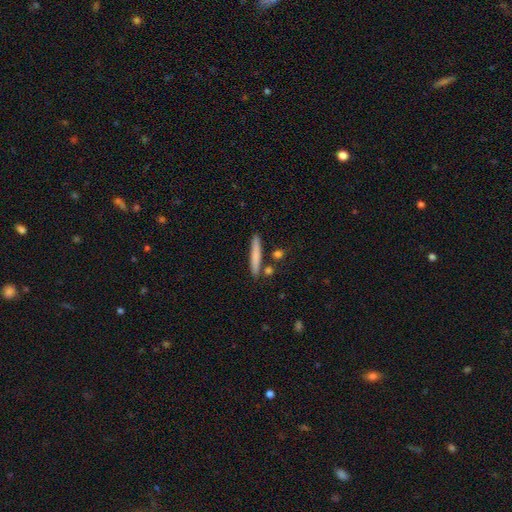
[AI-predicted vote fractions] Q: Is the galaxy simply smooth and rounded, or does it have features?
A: smooth — 75%.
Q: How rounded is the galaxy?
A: cigar-shaped — 93%.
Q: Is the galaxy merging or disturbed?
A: none — 83%.